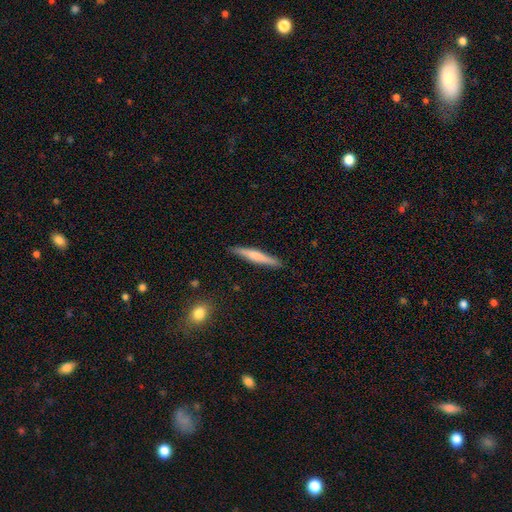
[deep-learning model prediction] Q: Smooth or featured?
A: smooth (56%); runner-up: featured or disk (38%)
Q: How rounded?
A: cigar-shaped (94%); runner-up: in between (5%)
Q: Merging?
A: none (89%); runner-up: minor disturbance (8%)